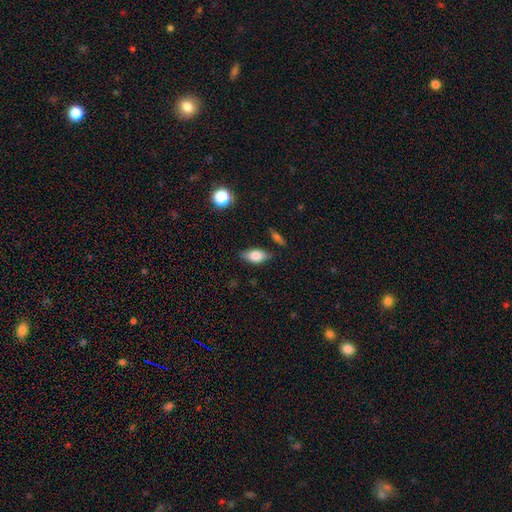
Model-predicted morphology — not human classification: Smooth or featured? smooth (76%)
How rounded? in between (86%)
Merging? none (82%)